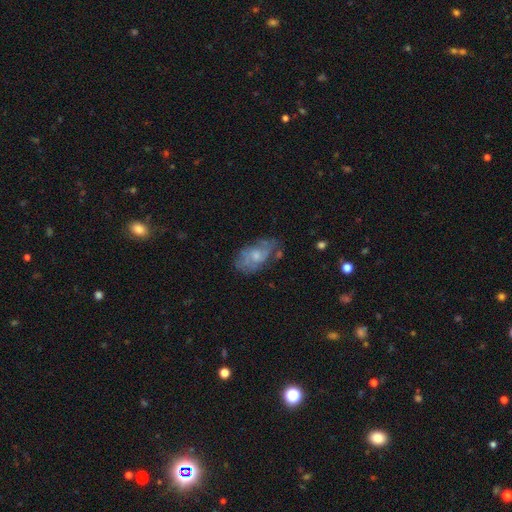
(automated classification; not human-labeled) Morphology: type=featured or disk (55%); edge-on=no (95%); bar=no (73%); spiral arms=yes (61%); bulge=small (44%); merging=none (54%).